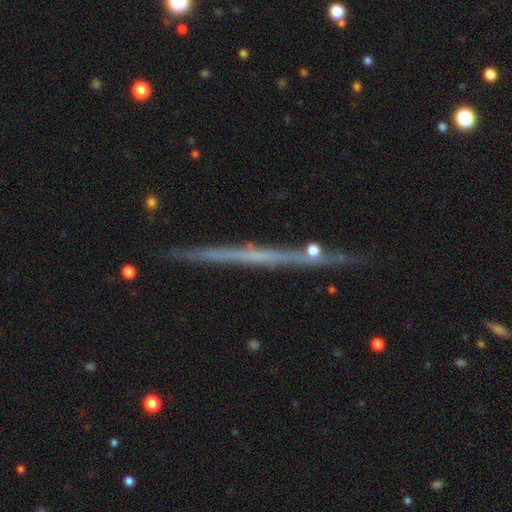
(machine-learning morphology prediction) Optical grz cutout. It shows a featured or disk galaxy (65%) viewed edge-on (97%) with no central bulge (91%). Merging: none (88%).